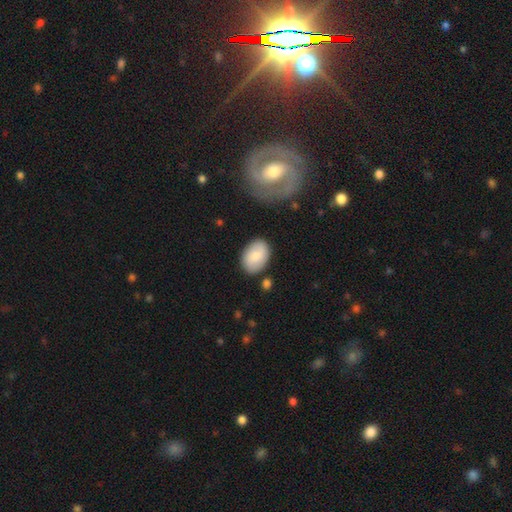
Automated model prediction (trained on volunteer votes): A smooth galaxy with no disk features (78%) that is in between round and cigar-shaped (84%). Merging: none (82%).